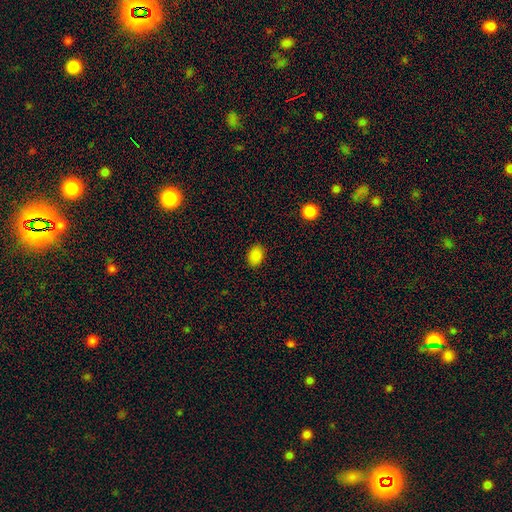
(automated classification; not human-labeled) The model was most divided on "how rounded": in between: 78%, round: 21%, cigar-shaped: 1%. More confident: merging — none (88%); smooth or featured — smooth (87%).